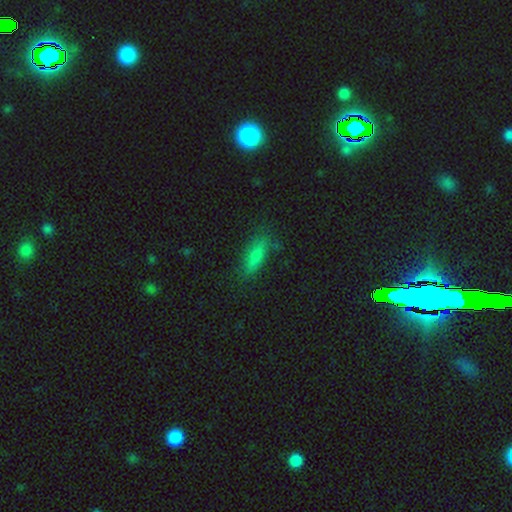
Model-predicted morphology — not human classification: Smooth or featured? smooth (78%)
How rounded? in between (54%)
Merging? none (76%)